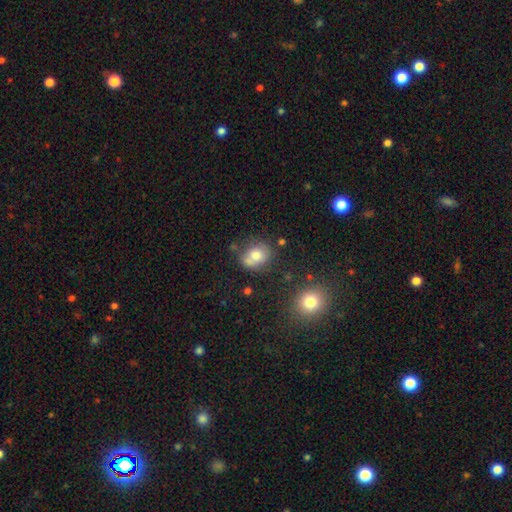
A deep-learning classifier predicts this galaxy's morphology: This is likely a smooth galaxy (72%). How rounded: possibly round (57%). Merging: possibly none (55%).